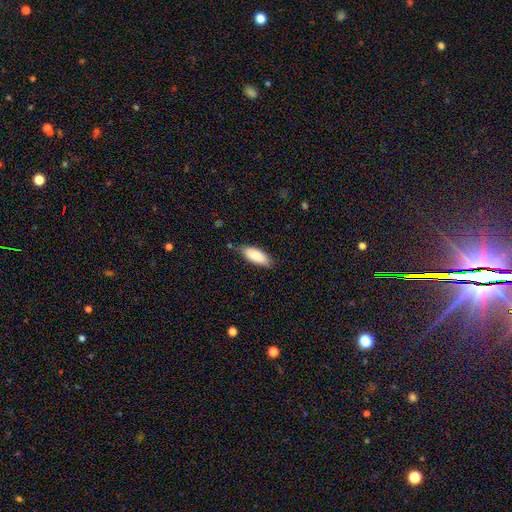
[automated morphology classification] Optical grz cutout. It shows a smooth galaxy with no disk features (85%) that is in between round and cigar-shaped (77%). Merging: none (80%).